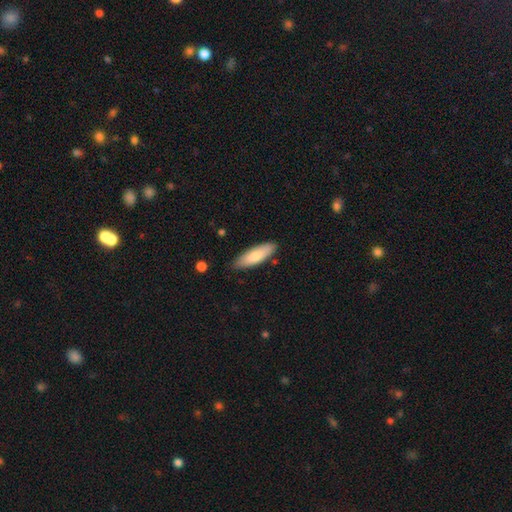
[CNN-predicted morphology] This appears to be a smooth galaxy with no disk features (78%) that is in between round and cigar-shaped (53%). Merging: none (84%).